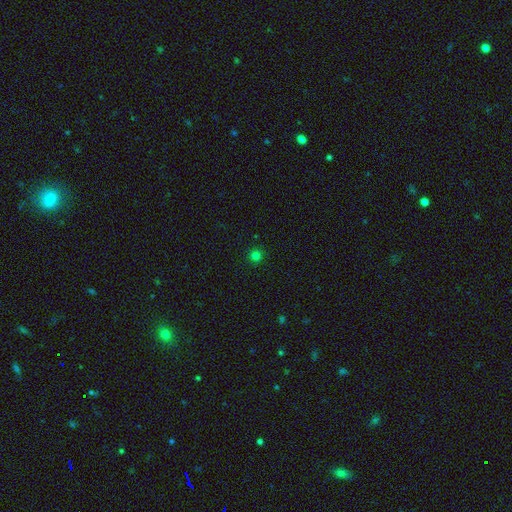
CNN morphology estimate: Smooth or featured? smooth (78%)
How rounded? round (96%)
Merging? none (93%)